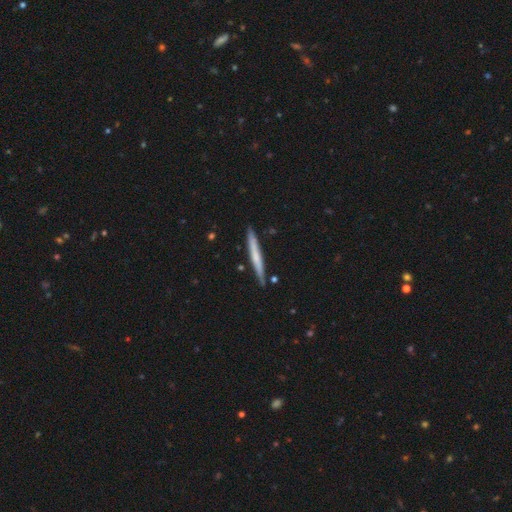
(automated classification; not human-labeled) Smooth or featured?
  - smooth: 52% *
  - featured or disk: 43%
  - star or artifact: 5%
How rounded?
  - cigar-shaped: 97% *
  - in between: 2%
  - round: 1%
Merging?
  - none: 87% *
  - minor disturbance: 9%
  - merger: 2%
  - major disturbance: 1%